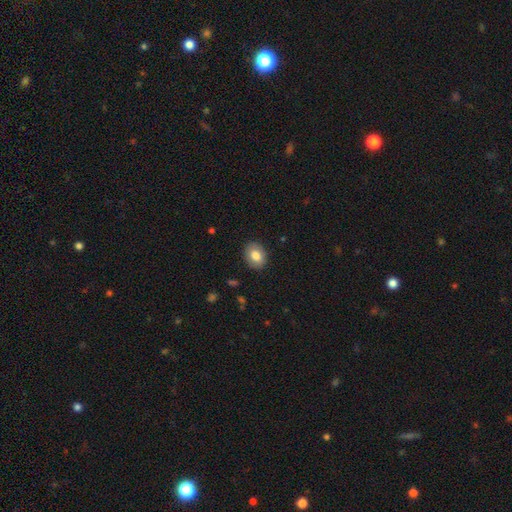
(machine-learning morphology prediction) This appears to be a smooth galaxy with no disk features (80%) that is in between round and cigar-shaped (64%). Merging: none (88%).